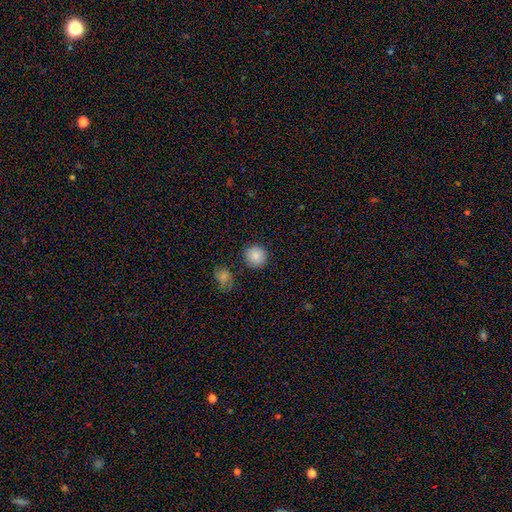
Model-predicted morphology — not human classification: This is clearly a smooth galaxy (87%). How rounded: clearly round (92%). Merging: clearly none (87%).